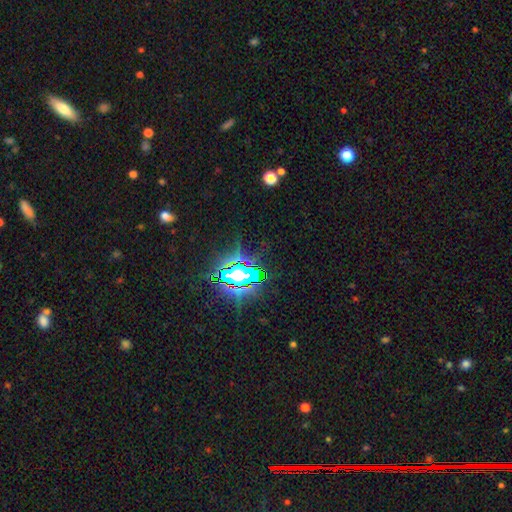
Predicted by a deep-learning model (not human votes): Smooth or featured? Predicted: star or artifact (p=0.83).